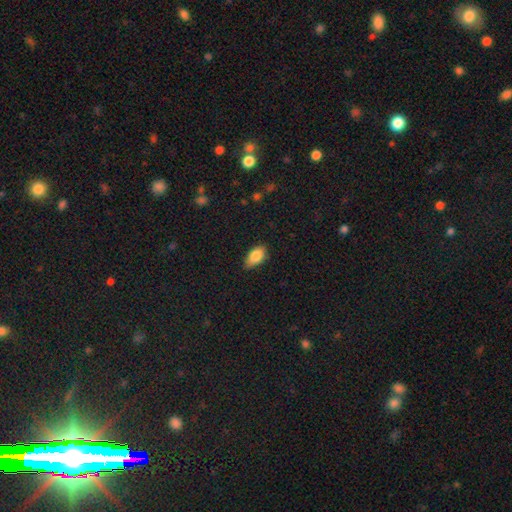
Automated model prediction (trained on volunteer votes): This is clearly a smooth galaxy (84%). How rounded: clearly in between (91%). Merging: likely none (76%).